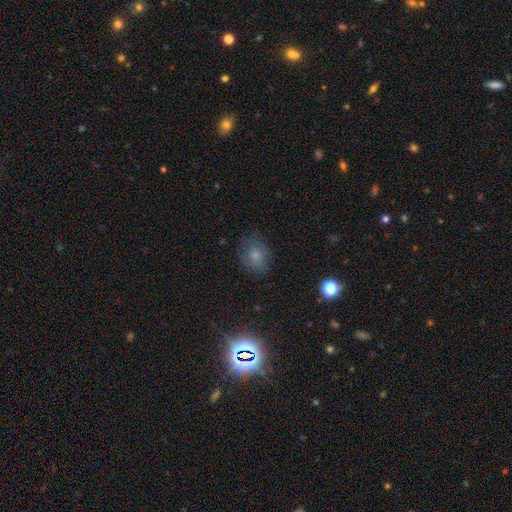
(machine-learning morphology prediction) This appears to be a smooth galaxy with no disk features (71%) that is round (55%). Merging: none (74%).